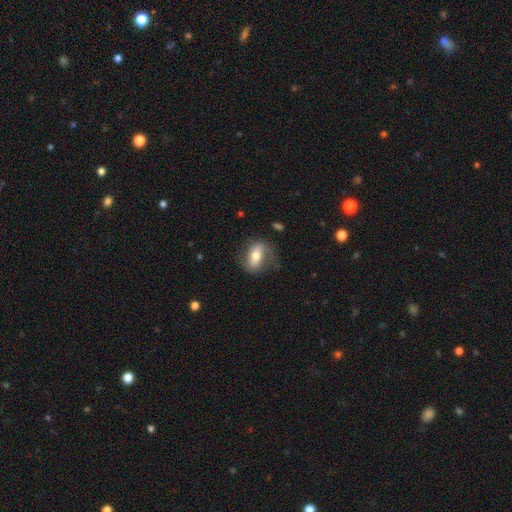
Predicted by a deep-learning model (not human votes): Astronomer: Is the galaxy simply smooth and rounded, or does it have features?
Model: featured or disk — 48% (runner-up: smooth, 45%).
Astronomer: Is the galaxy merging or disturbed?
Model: none — 64%.